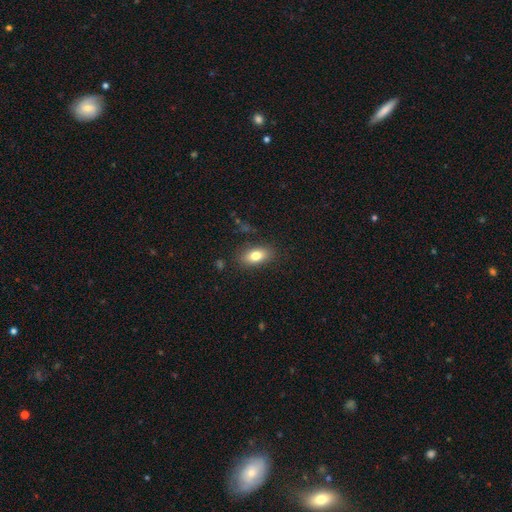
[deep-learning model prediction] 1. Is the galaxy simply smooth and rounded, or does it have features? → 79% smooth, 13% featured or disk, 8% star or artifact.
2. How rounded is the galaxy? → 86% in between, 8% round, 6% cigar-shaped.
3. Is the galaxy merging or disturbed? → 85% none, 11% minor disturbance, 3% major disturbance, 1% merger.